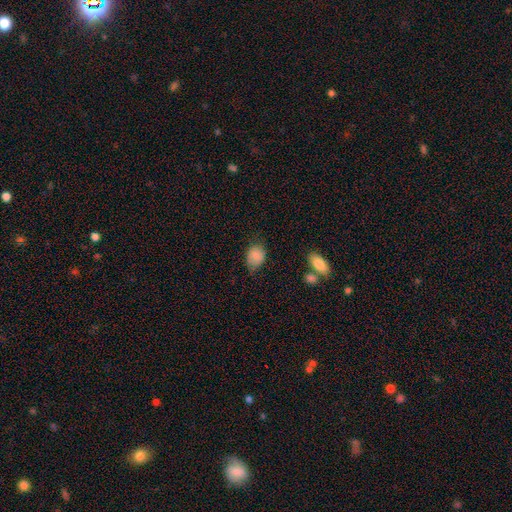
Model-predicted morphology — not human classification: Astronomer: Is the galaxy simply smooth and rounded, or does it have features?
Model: smooth — 85%.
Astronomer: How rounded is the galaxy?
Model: in between — 64%.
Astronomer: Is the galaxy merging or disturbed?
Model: none — 61%.